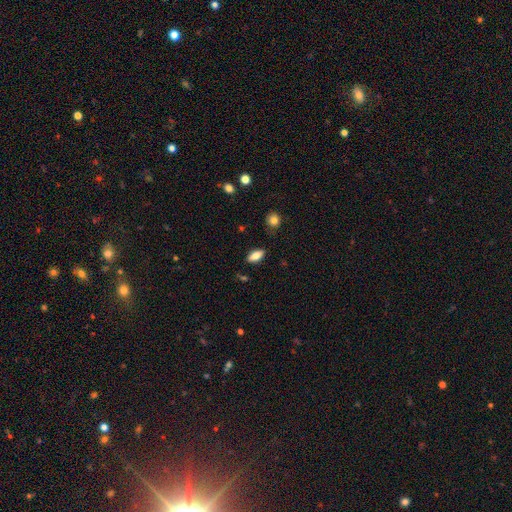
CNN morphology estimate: smooth 78%, featured or disk 14%, star or artifact 8%. Down the decision tree: how rounded — in between (86%); merging — none (85%).